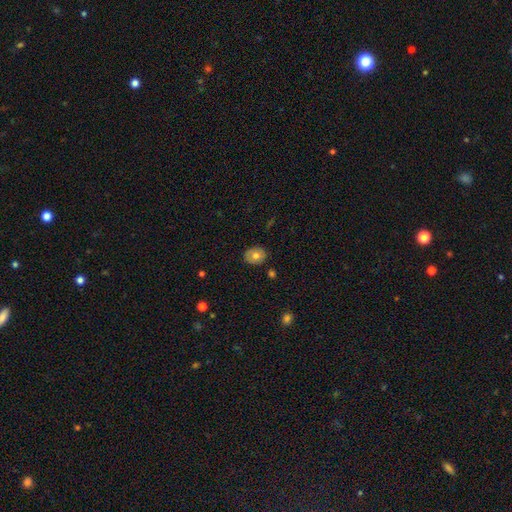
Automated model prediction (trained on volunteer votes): Smooth or featured?
  - smooth: 70% *
  - featured or disk: 22%
  - star or artifact: 8%
How rounded?
  - round: 53% *
  - in between: 46%
  - cigar-shaped: 1%
Merging?
  - none: 84% *
  - minor disturbance: 12%
  - major disturbance: 2%
  - merger: 2%